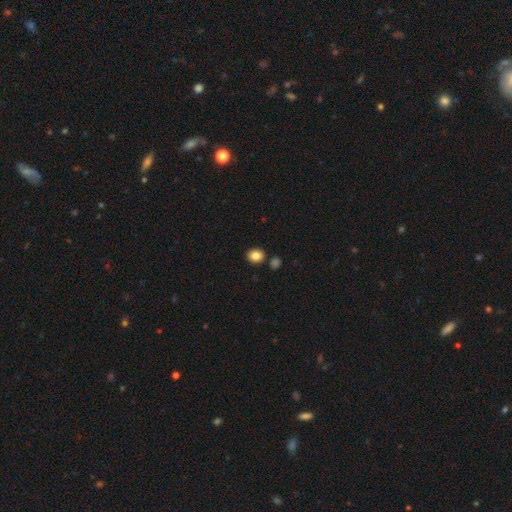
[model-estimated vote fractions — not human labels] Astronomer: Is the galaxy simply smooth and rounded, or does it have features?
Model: smooth — 85%.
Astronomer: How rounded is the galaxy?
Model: round — 70%.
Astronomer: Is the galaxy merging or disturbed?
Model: none — 84%.